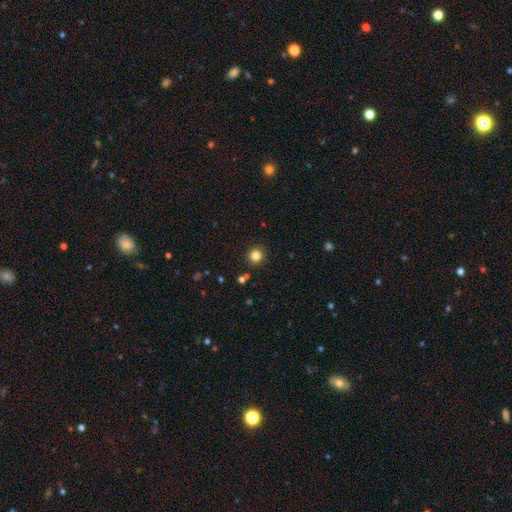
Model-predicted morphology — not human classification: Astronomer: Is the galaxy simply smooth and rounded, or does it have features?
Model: smooth — 82%.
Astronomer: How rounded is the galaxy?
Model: round — 93%.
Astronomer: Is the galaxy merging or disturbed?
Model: none — 91%.